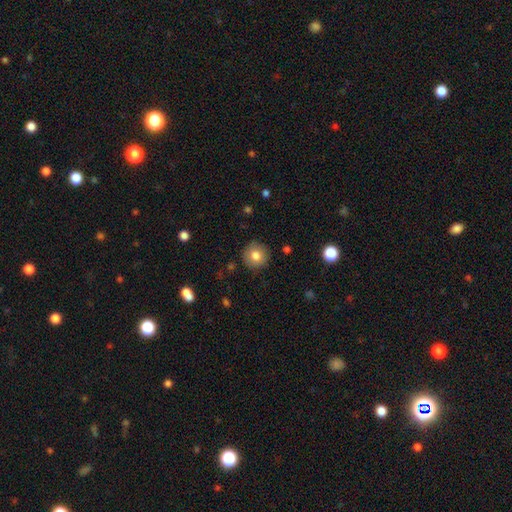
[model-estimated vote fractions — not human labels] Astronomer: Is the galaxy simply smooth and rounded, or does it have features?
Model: smooth — 80%.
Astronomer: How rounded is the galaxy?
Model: round — 93%.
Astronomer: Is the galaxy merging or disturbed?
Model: none — 89%.